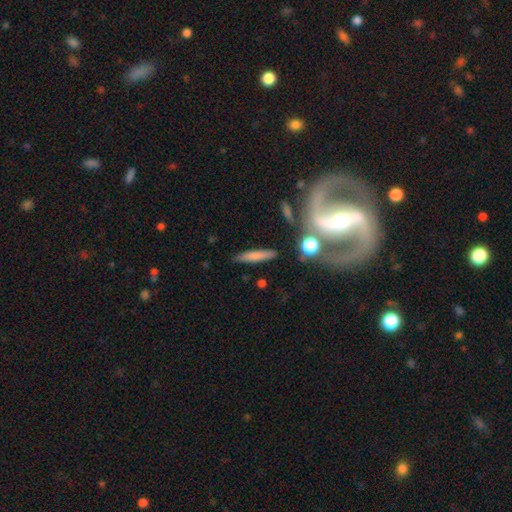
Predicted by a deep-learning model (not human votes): The model was most divided on "smooth or featured": smooth: 73%, featured or disk: 20%, star or artifact: 8%. More confident: how rounded — cigar-shaped (86%); merging — none (85%).